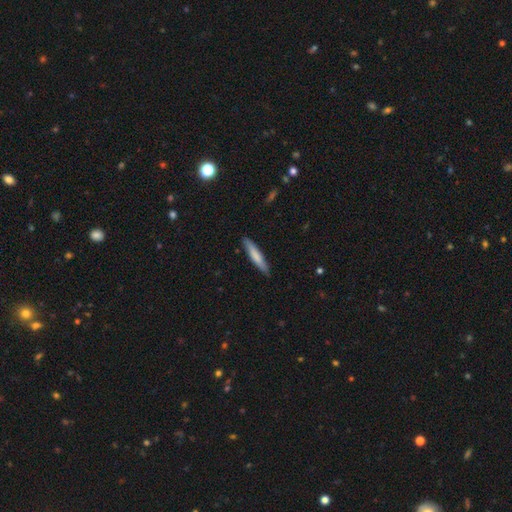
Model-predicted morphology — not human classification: smooth_or_featured: smooth (p=0.73) [alt: featured or disk p=0.22]
how_rounded: cigar-shaped (p=0.91) [alt: in between p=0.08]
merging: none (p=0.88) [alt: minor disturbance p=0.09]